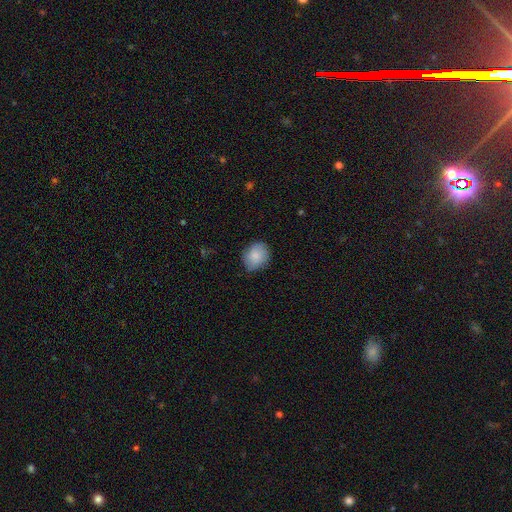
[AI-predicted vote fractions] smooth_or_featured: smooth (p=0.84) [alt: featured or disk p=0.09]
how_rounded: round (p=0.55) [alt: in between p=0.44]
merging: none (p=0.78) [alt: minor disturbance p=0.17]